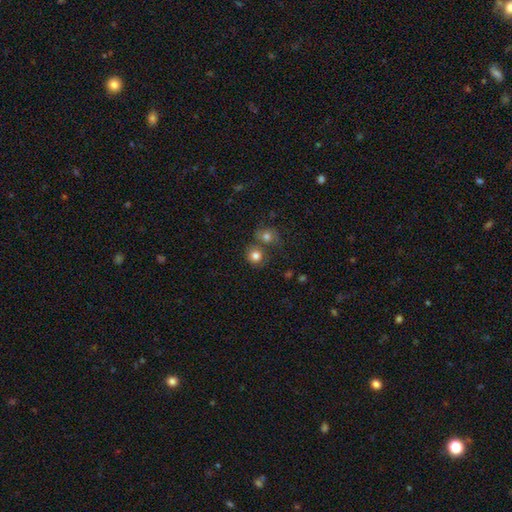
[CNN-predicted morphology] This is clearly a smooth galaxy (81%). How rounded: clearly round (85%). Merging: possibly none (59%).